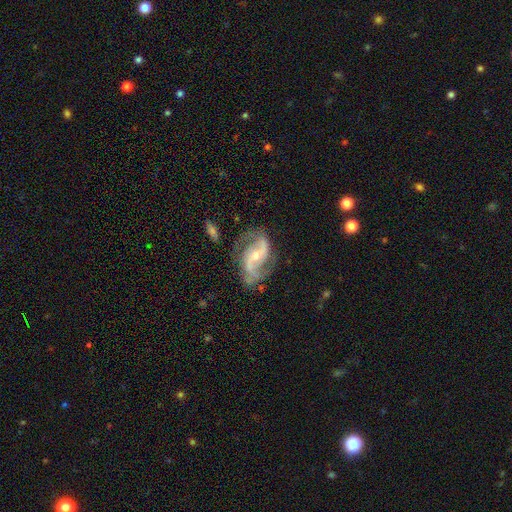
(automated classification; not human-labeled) Overall: featured or disk (90%). Edge-on disk: no (97%). Bar: weak (43%; no 32%). Spiral arms: yes (97%). Spiral arm count: 2 (89%). Spiral winding: medium (51%; loose 33%). Bulge size: small (51%; moderate 45%). Merging: none (68%).